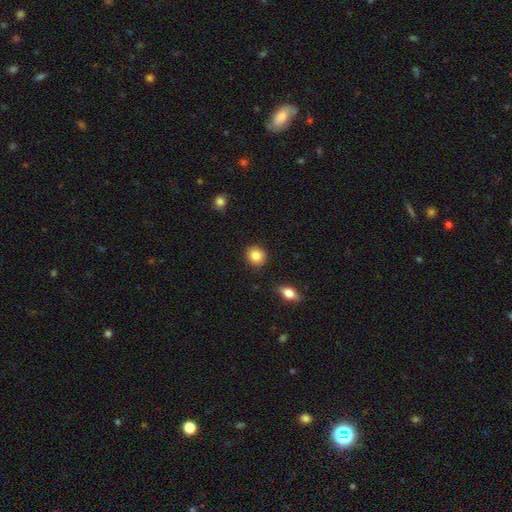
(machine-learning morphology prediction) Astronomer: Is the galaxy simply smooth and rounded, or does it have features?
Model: smooth — 85%.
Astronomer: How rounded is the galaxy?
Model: round — 80%.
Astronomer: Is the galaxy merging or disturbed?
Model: none — 87%.